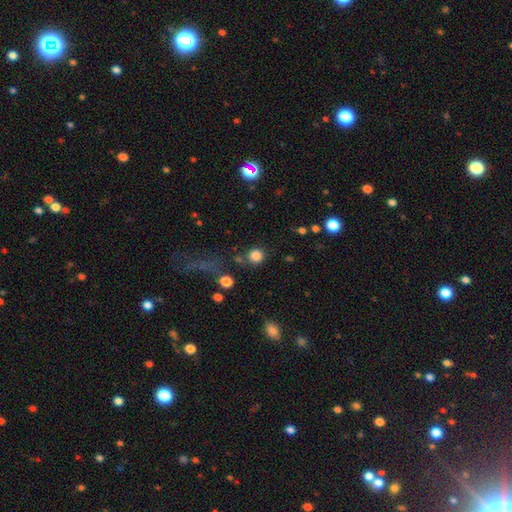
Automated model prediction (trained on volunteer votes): smooth-or-featured: smooth: 83% | star or artifact: 12% | featured or disk: 5%
  how-rounded: round: 91% | in between: 8% | cigar-shaped: 1%
  merging: none: 80% | minor disturbance: 9% | merger: 7% | major disturbance: 4%